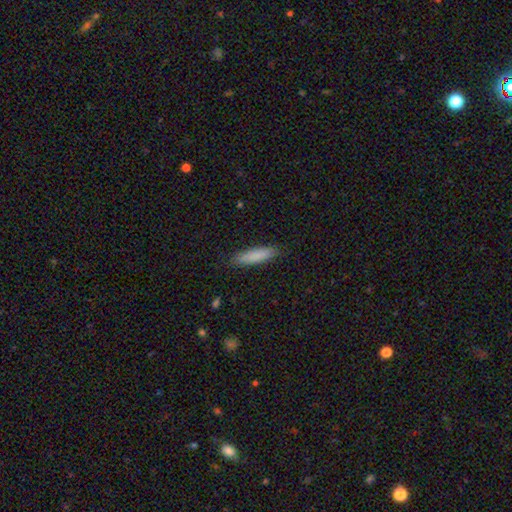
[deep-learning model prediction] Morphology: type=smooth (84%); roundness=cigar-shaped (80%); merging=none (88%).